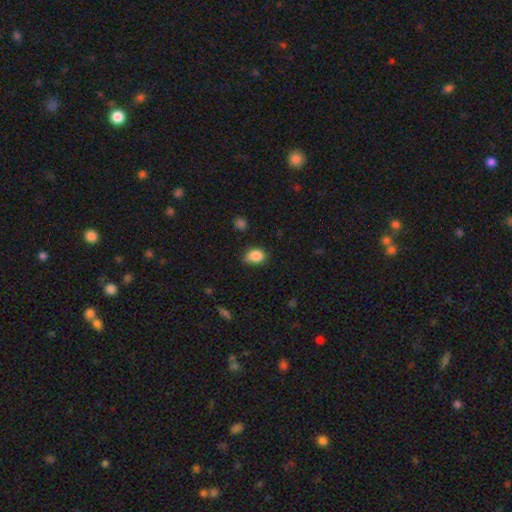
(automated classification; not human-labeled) Morphology: type=smooth (87%); roundness=in between (65%); merging=none (60%).